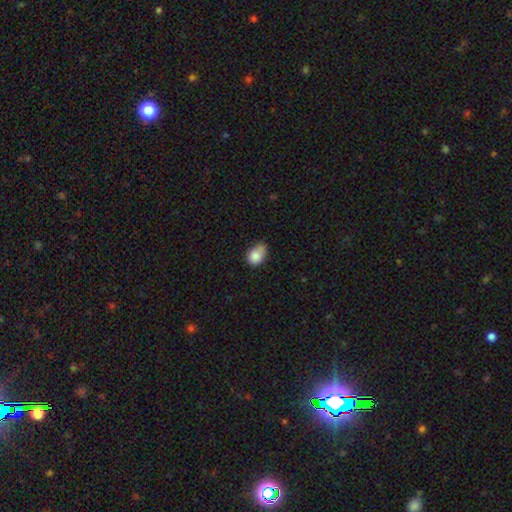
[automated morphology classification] Overall: smooth (83%). How rounded: in between (66%; round 33%). Merging: minor disturbance (45%; none 36%).